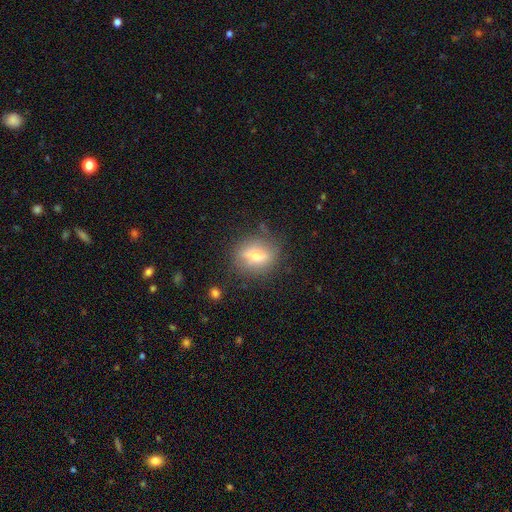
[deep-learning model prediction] Morphology: type=featured or disk (46%); merging=none (80%).